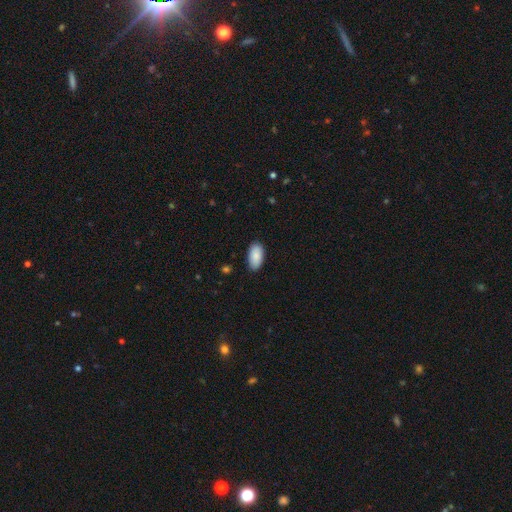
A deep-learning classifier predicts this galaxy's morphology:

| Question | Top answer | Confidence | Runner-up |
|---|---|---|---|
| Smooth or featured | smooth | 89% | star or artifact (6%) |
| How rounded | in between | 95% | cigar-shaped (2%) |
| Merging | none | 88% | minor disturbance (10%) |